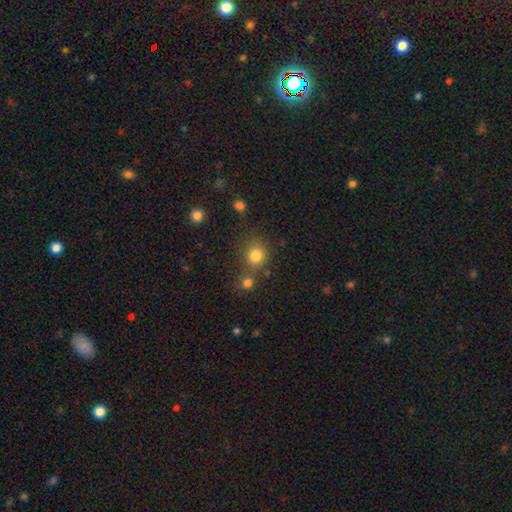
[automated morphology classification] A smooth galaxy with no disk features (81%) that is round (82%). Merging: none (65%).